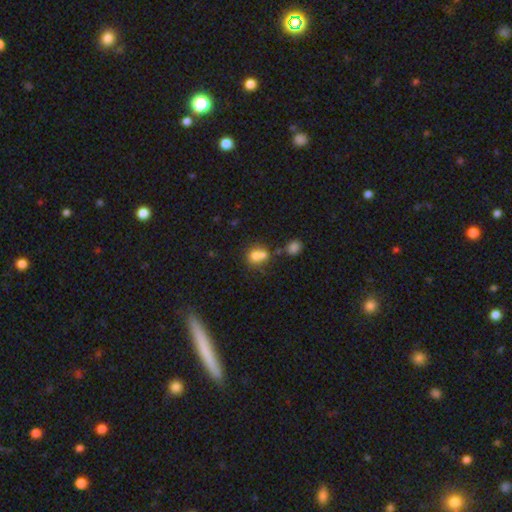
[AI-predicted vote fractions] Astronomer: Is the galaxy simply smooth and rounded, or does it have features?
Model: smooth — 70%.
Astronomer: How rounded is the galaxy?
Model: round — 76%.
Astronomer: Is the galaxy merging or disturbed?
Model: merger — 53% (runner-up: none, 34%).